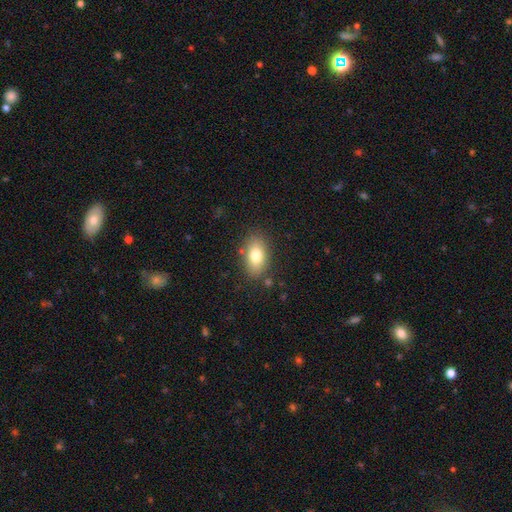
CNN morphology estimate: smooth_or_featured: smooth (p=0.77) [alt: featured or disk p=0.14]
how_rounded: in between (p=0.88) [alt: round p=0.10]
merging: none (p=0.82) [alt: minor disturbance p=0.12]